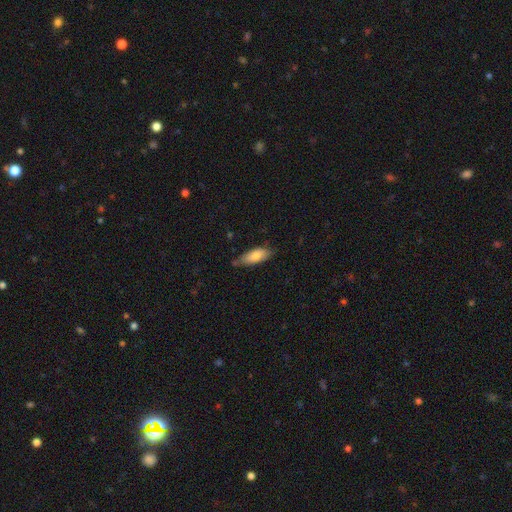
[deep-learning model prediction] smooth 78%, featured or disk 16%, star or artifact 6%. Down the decision tree: how rounded — in between (76%); merging — none (67%).